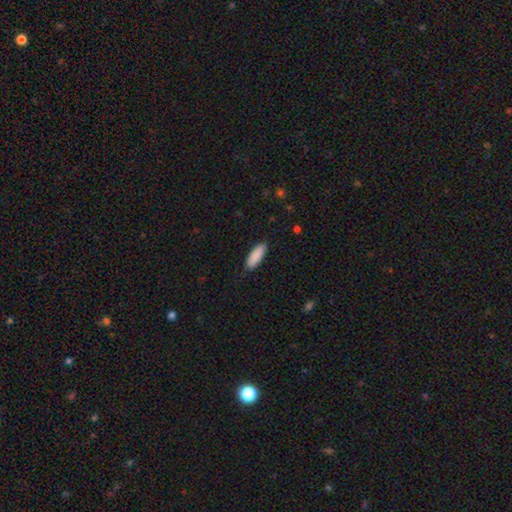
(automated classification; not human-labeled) A smooth galaxy with no disk features (90%) that is in between round and cigar-shaped (69%). Merging: none (85%).